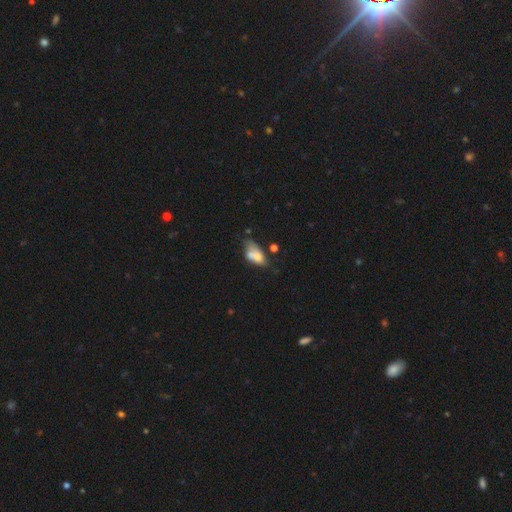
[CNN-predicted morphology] This is likely a smooth galaxy (62%). How rounded: clearly in between (86%). Merging: marginally merger (39%).